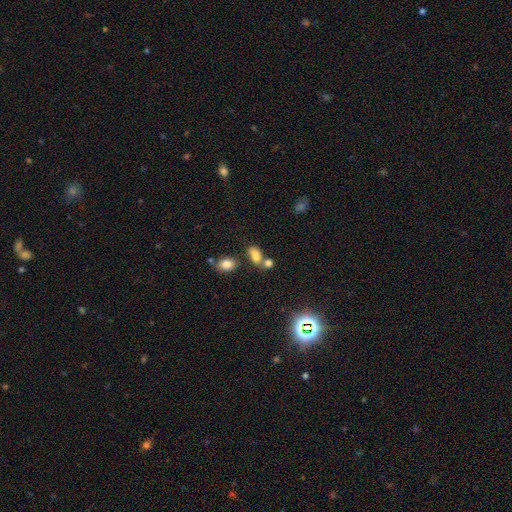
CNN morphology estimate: This appears to be a smooth galaxy with no disk features (74%) that is in between round and cigar-shaped (80%). Merging: none (40%).